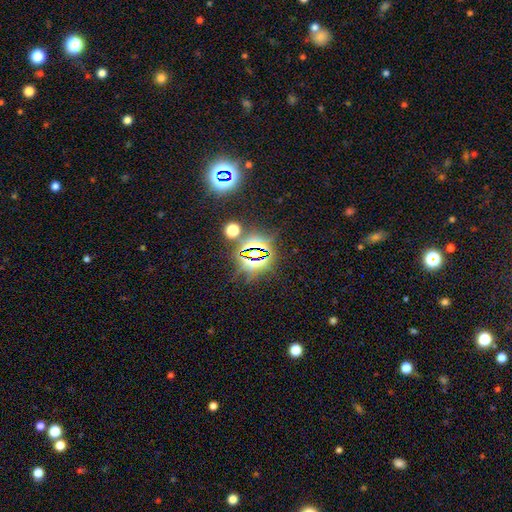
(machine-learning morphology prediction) smooth-or-featured: star or artifact: 79% | smooth: 13% | featured or disk: 8%